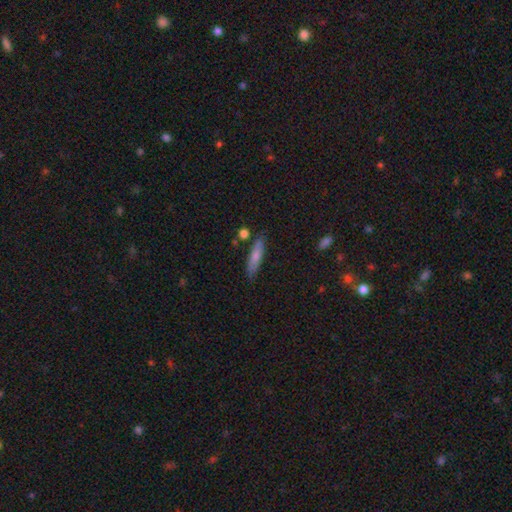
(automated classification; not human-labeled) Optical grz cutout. It shows a smooth galaxy with no disk features (71%) that is cigar-shaped (76%). Merging: none (79%).